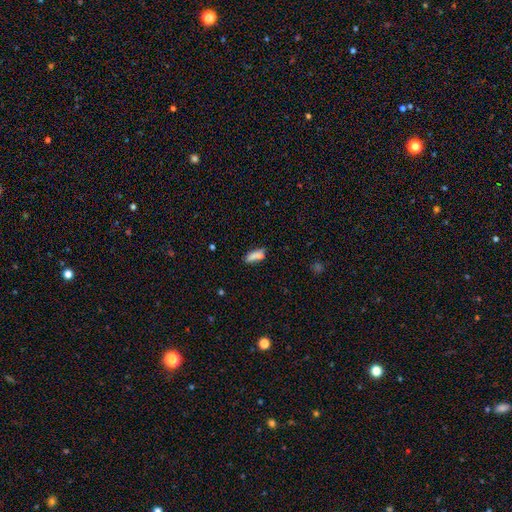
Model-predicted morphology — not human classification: A smooth galaxy with no disk features (79%) that is in between round and cigar-shaped (68%). Merging: none (54%).